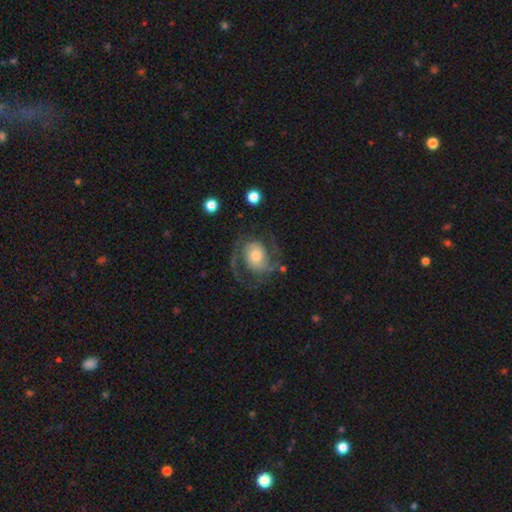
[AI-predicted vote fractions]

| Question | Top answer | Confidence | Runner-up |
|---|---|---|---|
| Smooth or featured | featured or disk | 83% | smooth (11%) |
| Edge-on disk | no | 98% | yes (2%) |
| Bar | no | 64% | weak (29%) |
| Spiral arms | yes | 95% | no (5%) |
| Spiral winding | medium | 55% | tight (24%) |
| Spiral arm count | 2 | 89% | can't tell (3%) |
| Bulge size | moderate | 52% | large (25%) |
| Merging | none | 70% | minor disturbance (15%) |